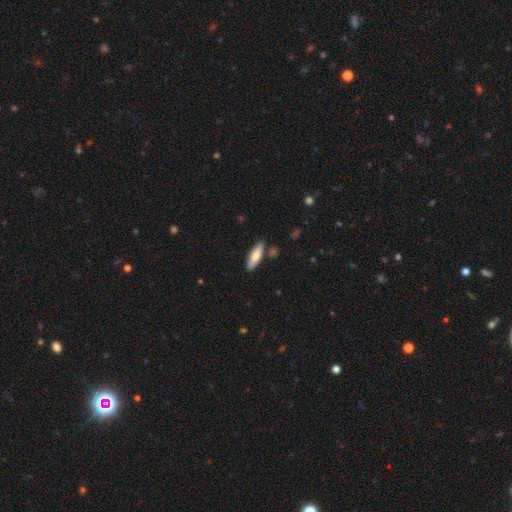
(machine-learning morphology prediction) Q: Smooth or featured?
A: smooth (73%); runner-up: featured or disk (21%)
Q: How rounded?
A: cigar-shaped (54%); runner-up: in between (44%)
Q: Merging?
A: none (83%); runner-up: minor disturbance (11%)